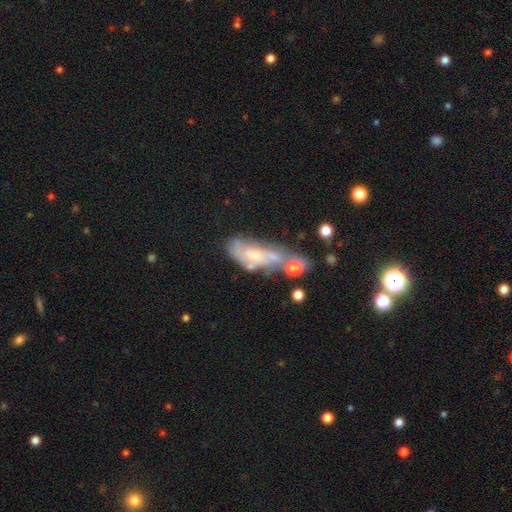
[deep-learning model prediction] Smooth or featured? featured or disk (60%)
Edge-on disk? no (88%)
Bar? no (69%)
Spiral arms? yes (56%)
Bulge size? small (54%)
Merging? merger (37%)